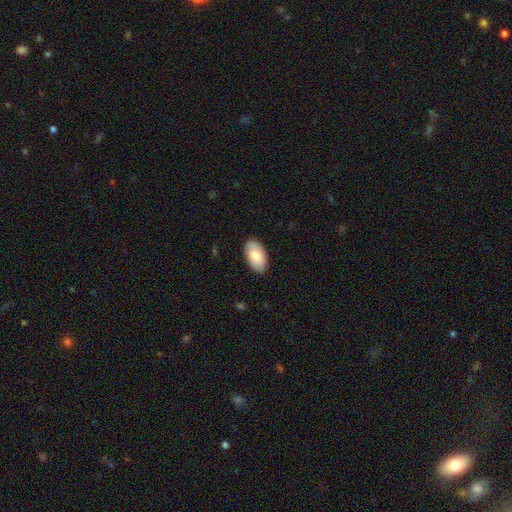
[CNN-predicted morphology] Smooth or featured: smooth — 77% (featured or disk — 17%)
How rounded: in between — 96% (round — 3%)
Merging: none — 85% (minor disturbance — 11%)